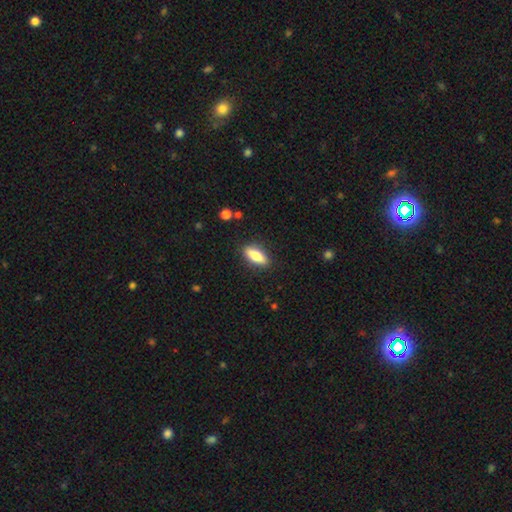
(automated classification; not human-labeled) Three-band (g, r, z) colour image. It shows a smooth galaxy with no disk features (75%) that is in between round and cigar-shaped (74%). Merging: none (87%).